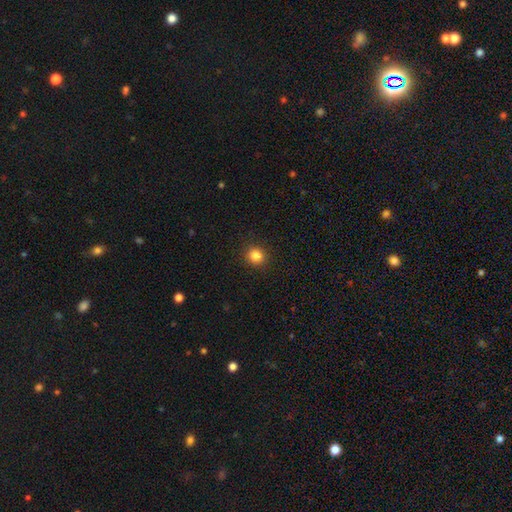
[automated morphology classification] A smooth galaxy with no disk features (84%) that is round (89%). Merging: none (91%).